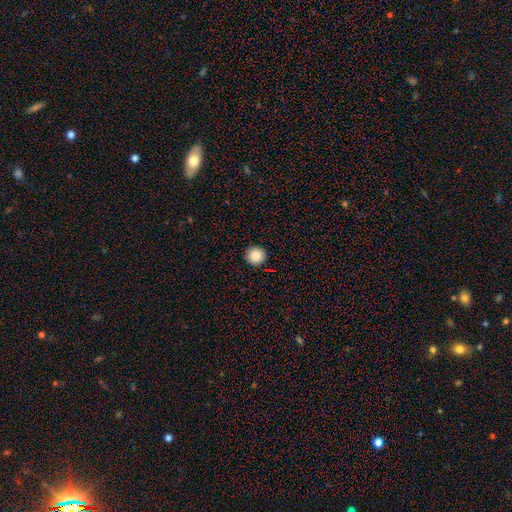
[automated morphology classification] Smooth or featured?
  - smooth: 87% *
  - star or artifact: 9%
  - featured or disk: 4%
How rounded?
  - round: 96% *
  - in between: 4%
  - cigar-shaped: 1%
Merging?
  - none: 92% *
  - minor disturbance: 5%
  - major disturbance: 2%
  - merger: 1%